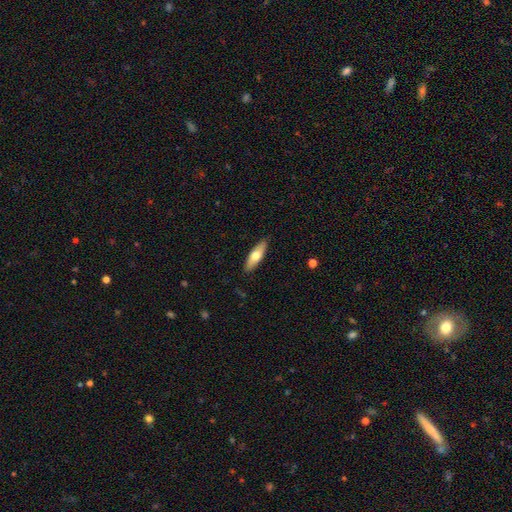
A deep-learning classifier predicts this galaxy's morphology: type=smooth (65%); roundness=in between (51%); merging=none (89%).